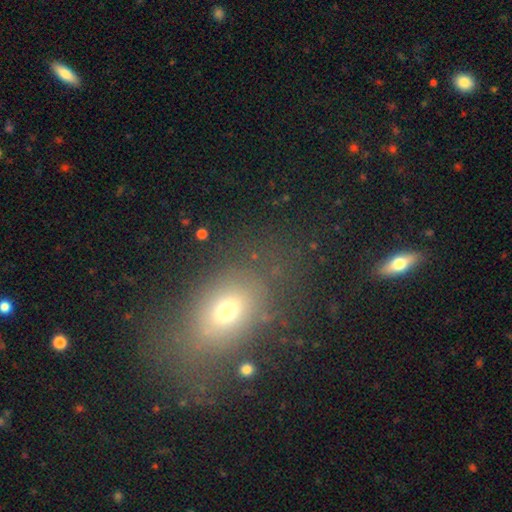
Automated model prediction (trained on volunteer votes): Smooth or featured? Predicted: smooth (p=0.60). How rounded? Predicted: in between (p=0.70). Merging? Predicted: none (p=0.72).